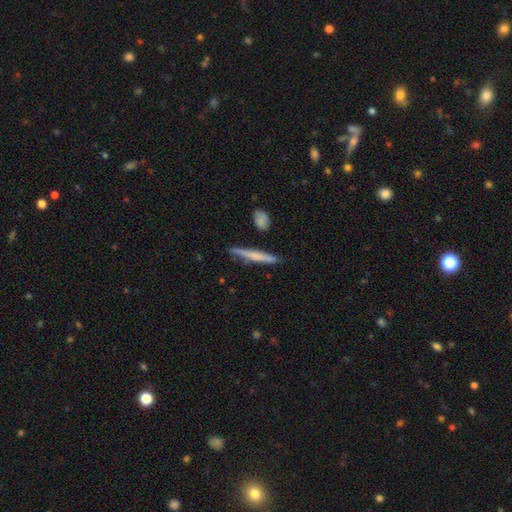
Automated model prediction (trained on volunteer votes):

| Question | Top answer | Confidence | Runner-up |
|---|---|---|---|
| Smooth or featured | smooth | 52% | featured or disk (42%) |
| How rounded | cigar-shaped | 95% | in between (4%) |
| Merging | none | 84% | minor disturbance (11%) |